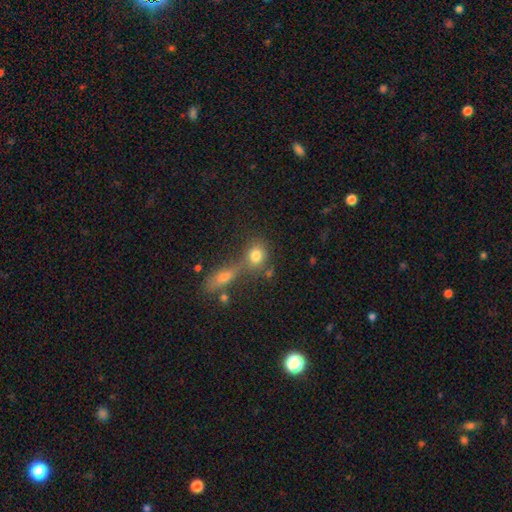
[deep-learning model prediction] A smooth galaxy with no disk features (78%) that is round (63%). Merging: none (50%).